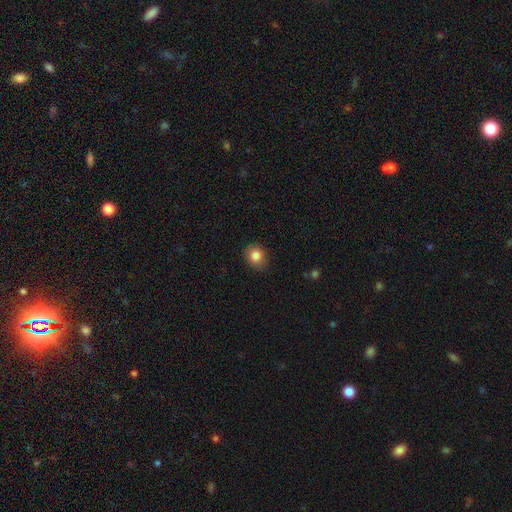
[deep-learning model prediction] The model was most divided on "how rounded": round: 63%, in between: 36%, cigar-shaped: 1%. More confident: merging — none (84%); smooth or featured — smooth (83%).